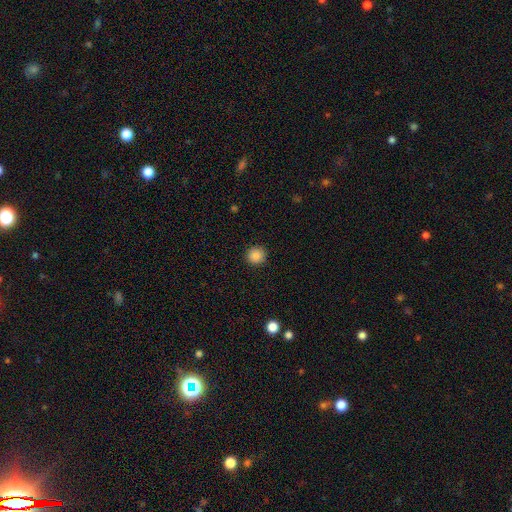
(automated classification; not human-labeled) This appears to be a smooth galaxy with no disk features (87%) that is round (93%). Merging: none (91%).